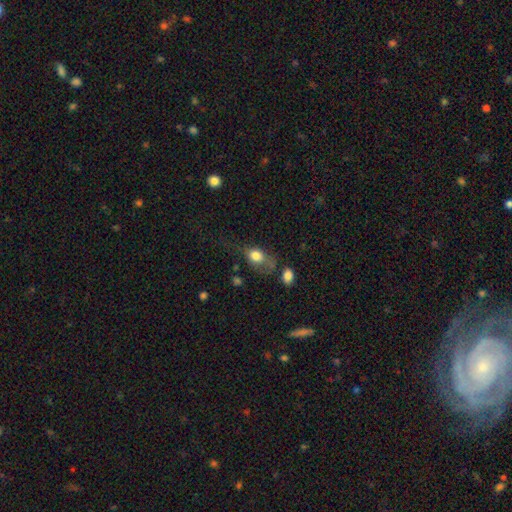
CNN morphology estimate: smooth 78%, featured or disk 13%, star or artifact 9%. Down the decision tree: how rounded — in between (64%); merging — none (33%).